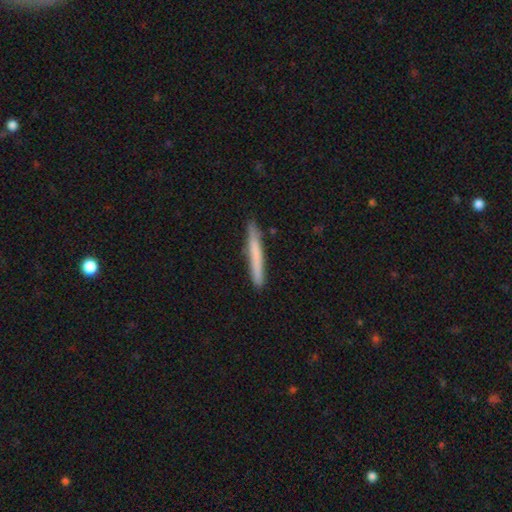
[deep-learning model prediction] smooth-or-featured: smooth: 68% | featured or disk: 27% | star or artifact: 6%
  how-rounded: cigar-shaped: 97% | in between: 2% | round: 1%
  merging: none: 86% | minor disturbance: 10% | merger: 2% | major disturbance: 2%